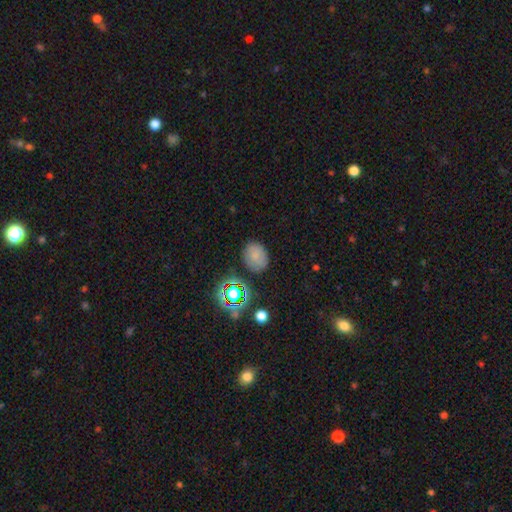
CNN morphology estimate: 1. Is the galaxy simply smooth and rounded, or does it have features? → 70% smooth, 19% star or artifact, 11% featured or disk.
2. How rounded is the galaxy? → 55% in between, 44% round, 1% cigar-shaped.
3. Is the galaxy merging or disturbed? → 76% none, 16% minor disturbance, 5% major disturbance, 3% merger.